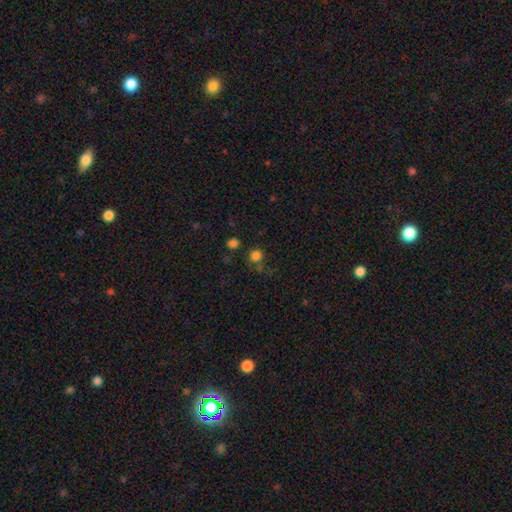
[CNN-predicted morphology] smooth_or_featured: smooth (p=0.79) [alt: star or artifact p=0.16]
how_rounded: round (p=0.90) [alt: in between p=0.09]
merging: none (p=0.73) [alt: minor disturbance p=0.11]